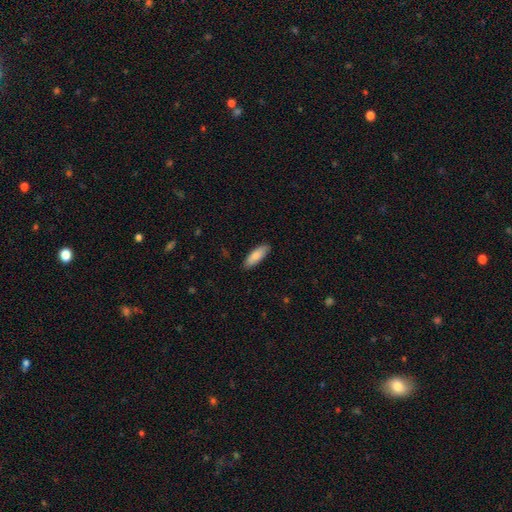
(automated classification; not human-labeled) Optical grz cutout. It shows a smooth galaxy with no disk features (83%) that is in between round and cigar-shaped (64%). Merging: none (88%).